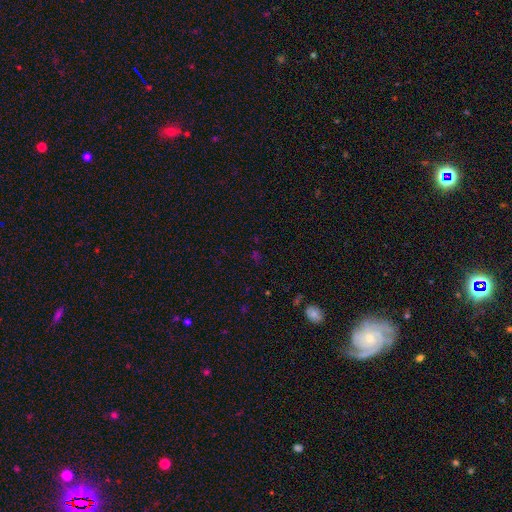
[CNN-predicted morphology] smooth-or-featured: star or artifact: 61% | smooth: 30% | featured or disk: 9%